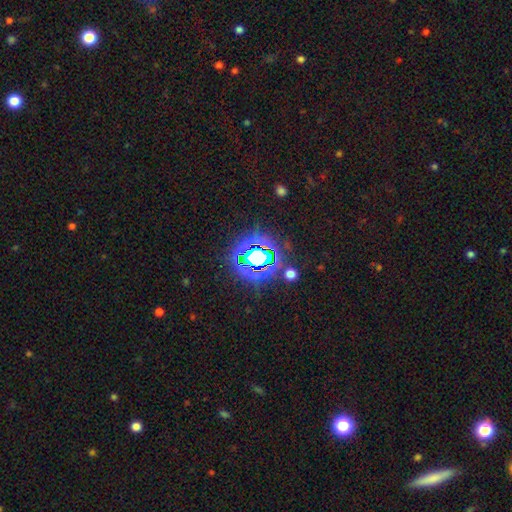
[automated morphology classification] Smooth or featured? Predicted: star or artifact (p=0.71).